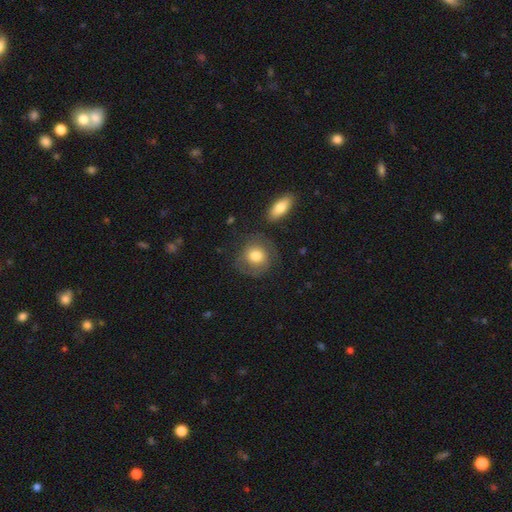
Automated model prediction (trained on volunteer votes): Q: Smooth or featured?
A: smooth (70%); runner-up: featured or disk (23%)
Q: How rounded?
A: round (82%); runner-up: in between (17%)
Q: Merging?
A: none (69%); runner-up: minor disturbance (19%)